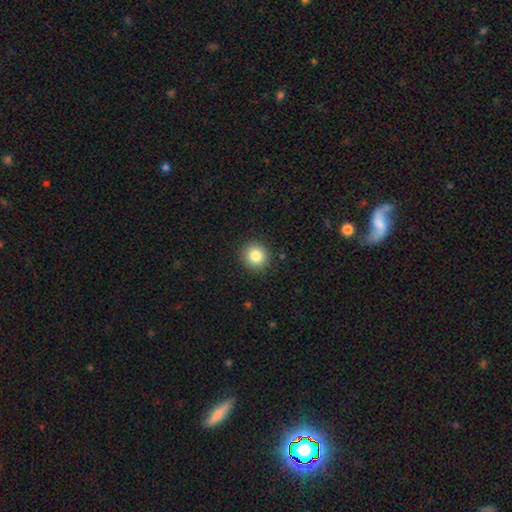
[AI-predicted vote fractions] This is clearly a smooth galaxy (84%). How rounded: clearly round (91%). Merging: clearly none (91%).